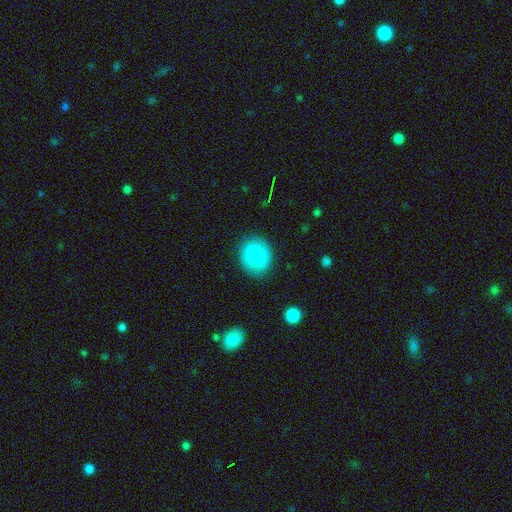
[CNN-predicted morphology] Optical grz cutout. It shows a smooth galaxy with no disk features (85%) that is round (63%). Merging: none (85%).